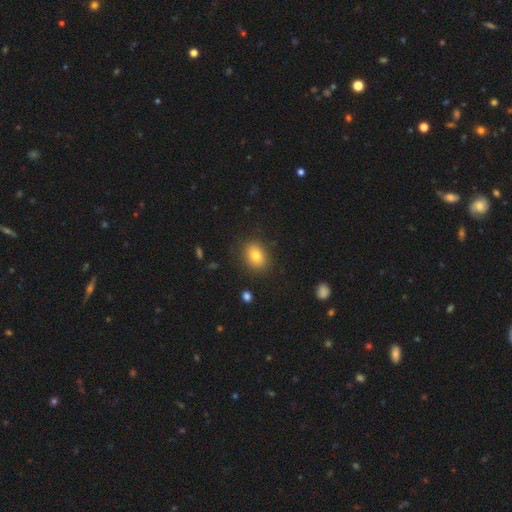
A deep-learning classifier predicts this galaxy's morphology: This appears to be a smooth galaxy with no disk features (79%) that is in between round and cigar-shaped (57%). Merging: none (86%).